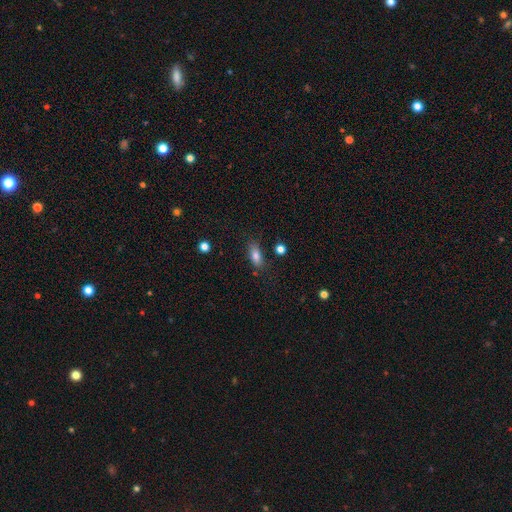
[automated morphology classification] A smooth galaxy with no disk features (80%) that is in between round and cigar-shaped (77%).

Vote fractions:
- Smooth or featured? smooth: 80% / featured or disk: 11% / star or artifact: 9%
- How rounded? in between: 77% / cigar-shaped: 18% / round: 5%
- Merging? none: 77% / minor disturbance: 16% / major disturbance: 4% / merger: 3%